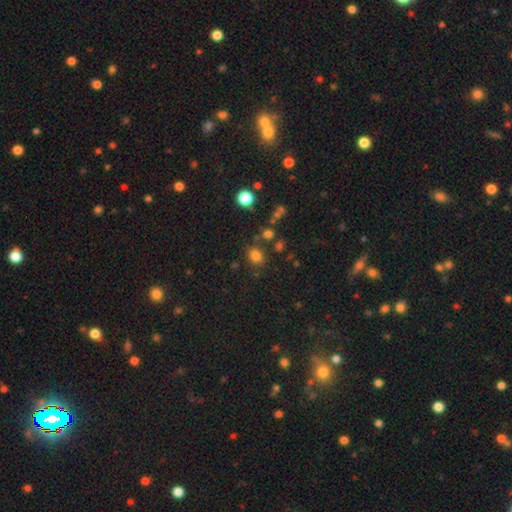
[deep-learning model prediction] This appears to be a smooth galaxy with no disk features (77%) that is round (57%). Merging: none (79%).